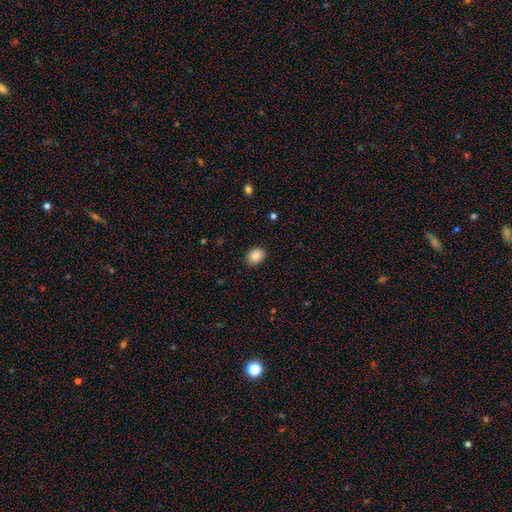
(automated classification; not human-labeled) Q: Smooth or featured?
A: smooth (88%); runner-up: star or artifact (8%)
Q: How rounded?
A: in between (63%); runner-up: round (36%)
Q: Merging?
A: none (88%); runner-up: minor disturbance (9%)